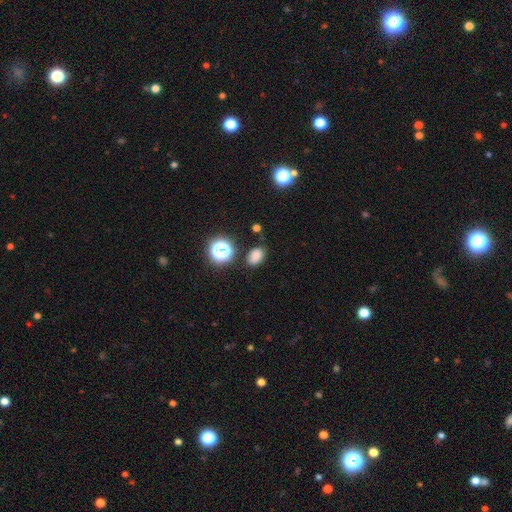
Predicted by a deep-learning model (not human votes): This is likely a smooth galaxy (76%). How rounded: likely in between (72%). Merging: likely none (79%).